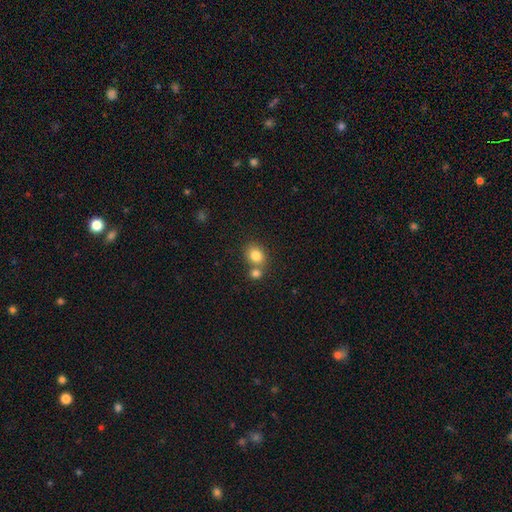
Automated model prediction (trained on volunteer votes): Morphology: type=smooth (82%); roundness=round (59%); merging=none (53%).